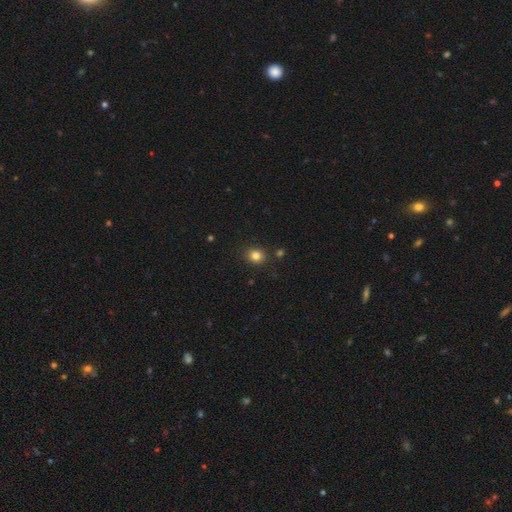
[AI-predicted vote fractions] Smooth or featured?
  - smooth: 82% *
  - star or artifact: 12%
  - featured or disk: 6%
How rounded?
  - round: 72% *
  - in between: 27%
  - cigar-shaped: 1%
Merging?
  - none: 86% *
  - minor disturbance: 8%
  - merger: 3%
  - major disturbance: 2%